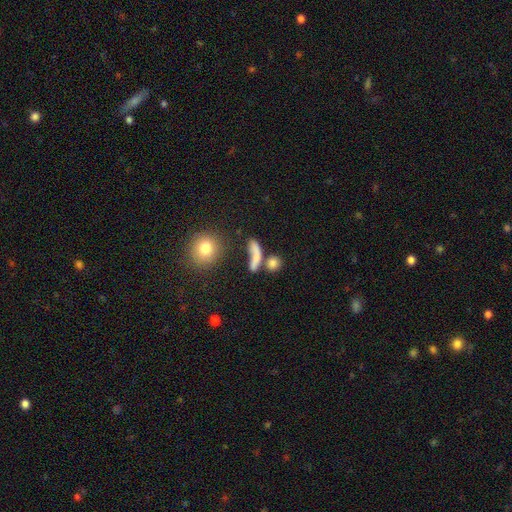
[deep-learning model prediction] A smooth galaxy with no disk features (70%) that is cigar-shaped (43%). Merging: none (43%).